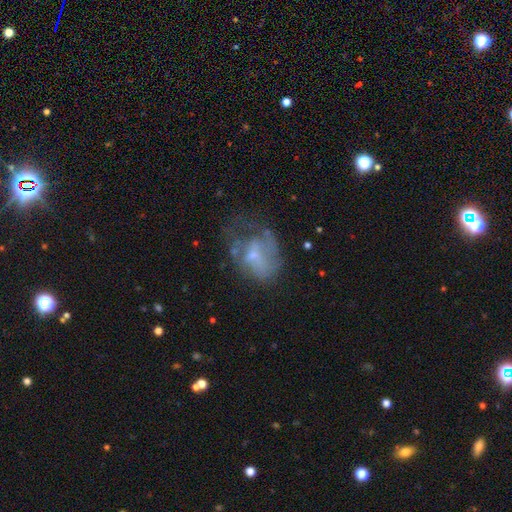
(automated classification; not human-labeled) Smooth or featured? featured or disk (51%)
Edge-on disk? no (97%)
Merging? major disturbance (41%)